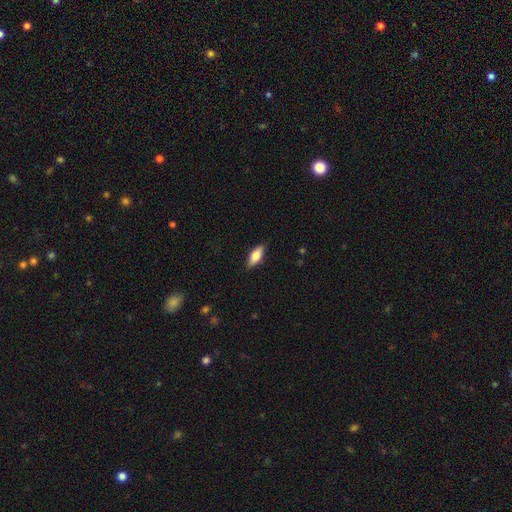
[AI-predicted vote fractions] Smooth or featured?
  - smooth: 70% *
  - featured or disk: 24%
  - star or artifact: 6%
How rounded?
  - in between: 72% *
  - cigar-shaped: 25%
  - round: 3%
Merging?
  - none: 85% *
  - minor disturbance: 12%
  - major disturbance: 2%
  - merger: 1%